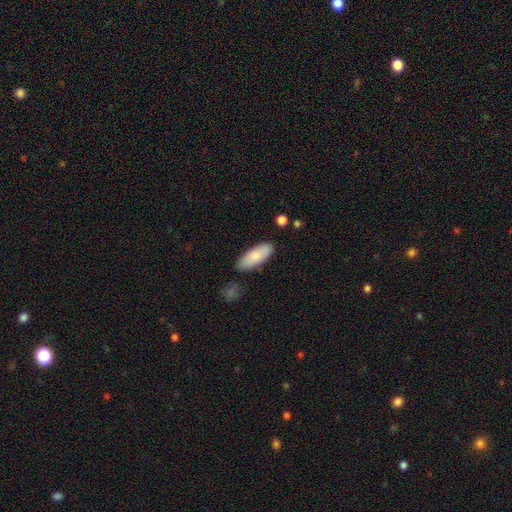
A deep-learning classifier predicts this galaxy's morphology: Overall: smooth (84%). How rounded: in between (76%). Merging: none (82%).